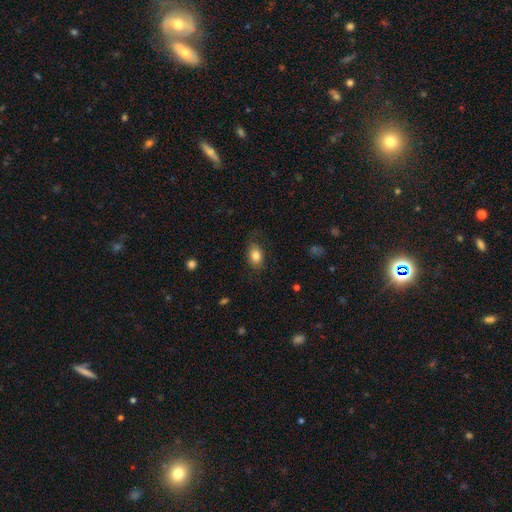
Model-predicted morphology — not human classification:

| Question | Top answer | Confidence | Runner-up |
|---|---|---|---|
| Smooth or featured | smooth | 84% | star or artifact (8%) |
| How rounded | in between | 81% | round (18%) |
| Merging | none | 76% | minor disturbance (17%) |